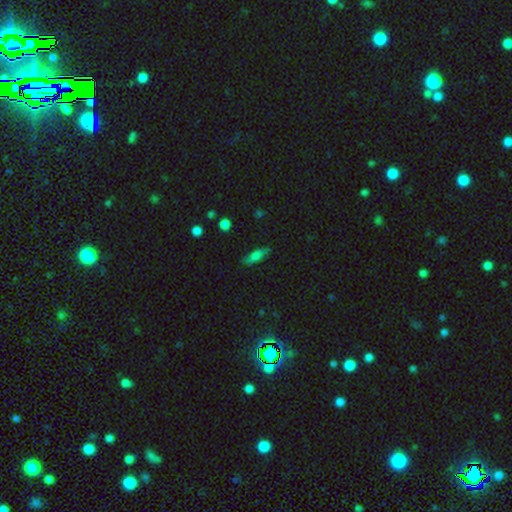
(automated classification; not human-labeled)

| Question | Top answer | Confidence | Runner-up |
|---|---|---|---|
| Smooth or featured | smooth | 65% | featured or disk (26%) |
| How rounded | cigar-shaped | 49% | in between (48%) |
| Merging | none | 79% | minor disturbance (16%) |